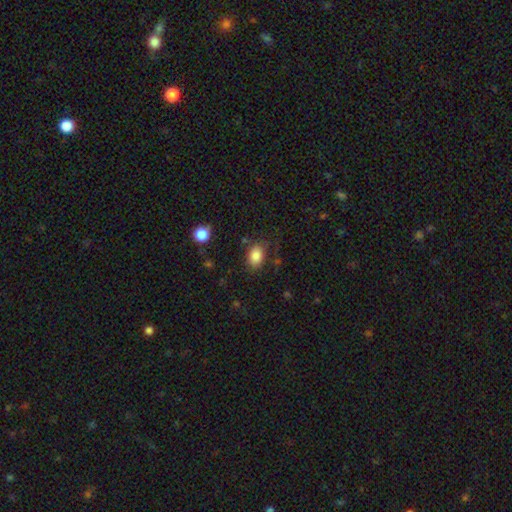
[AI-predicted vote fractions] Overall: smooth (84%). How rounded: in between (77%). Merging: none (75%).